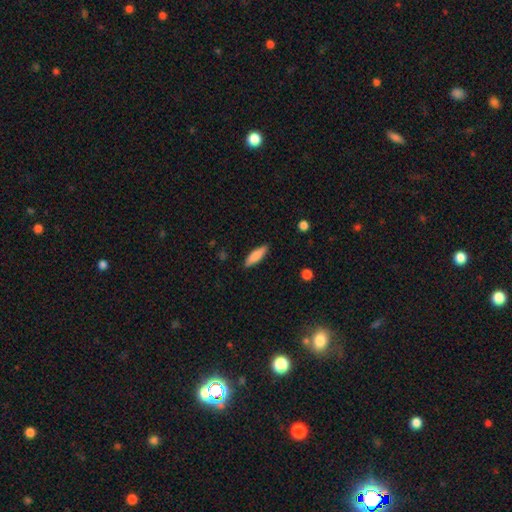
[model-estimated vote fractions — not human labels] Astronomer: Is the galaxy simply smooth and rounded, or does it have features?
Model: smooth — 80%.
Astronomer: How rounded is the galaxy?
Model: cigar-shaped — 59% (runner-up: in between, 39%).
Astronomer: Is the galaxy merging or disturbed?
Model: none — 87%.